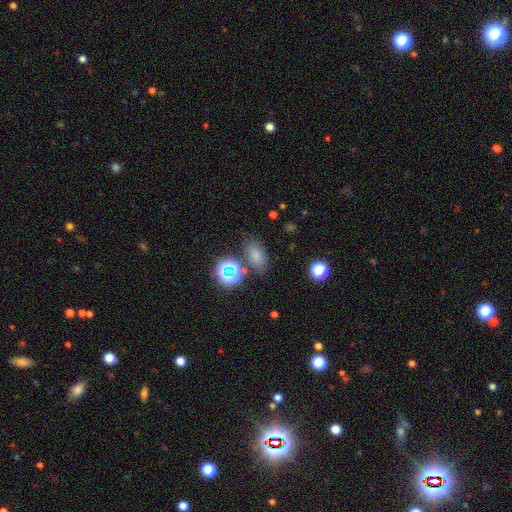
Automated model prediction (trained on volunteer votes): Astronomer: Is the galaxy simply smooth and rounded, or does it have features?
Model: smooth — 71%.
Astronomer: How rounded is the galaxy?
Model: in between — 82%.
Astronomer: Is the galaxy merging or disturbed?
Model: none — 73%.